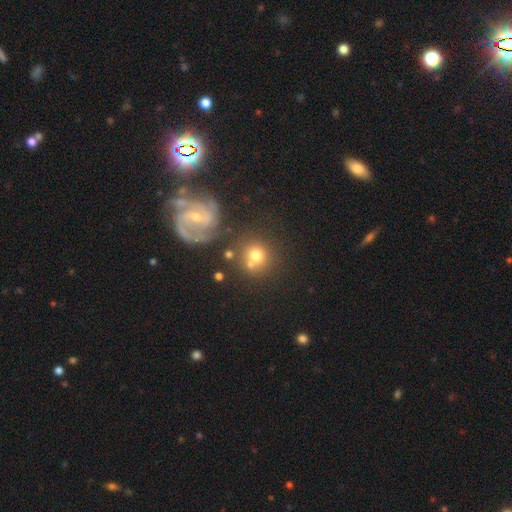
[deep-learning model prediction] smooth 67%, featured or disk 21%, star or artifact 12%. Down the decision tree: how rounded — round (88%); merging — none (59%).